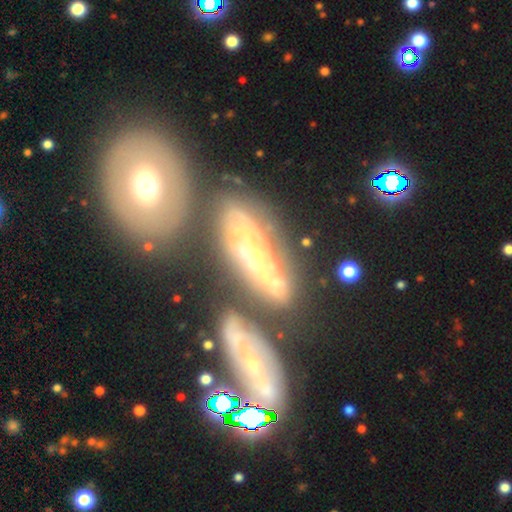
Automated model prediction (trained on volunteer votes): Q: Smooth or featured?
A: featured or disk (65%); runner-up: smooth (24%)
Q: Edge-on disk?
A: no (80%); runner-up: yes (20%)
Q: Bar?
A: no (71%); runner-up: weak (19%)
Q: Spiral arms?
A: yes (61%); runner-up: no (39%)
Q: Bulge size?
A: small (73%); runner-up: moderate (19%)
Q: Merging?
A: none (50%); runner-up: merger (21%)